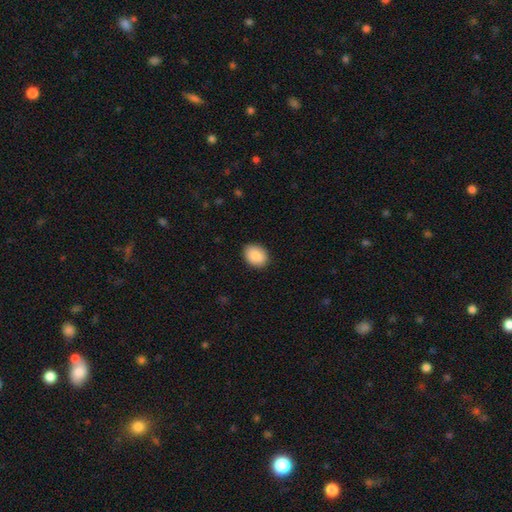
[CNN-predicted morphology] Smooth or featured? Predicted: smooth (p=0.88). How rounded? Predicted: in between (p=0.62). Merging? Predicted: none (p=0.88).